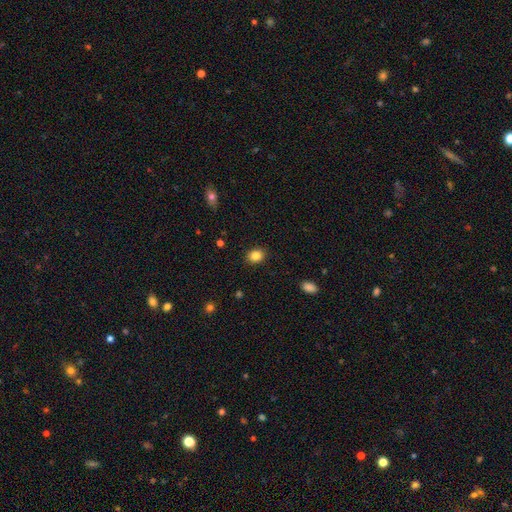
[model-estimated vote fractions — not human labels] This appears to be a smooth galaxy with no disk features (84%) that is round (57%). Merging: none (89%).